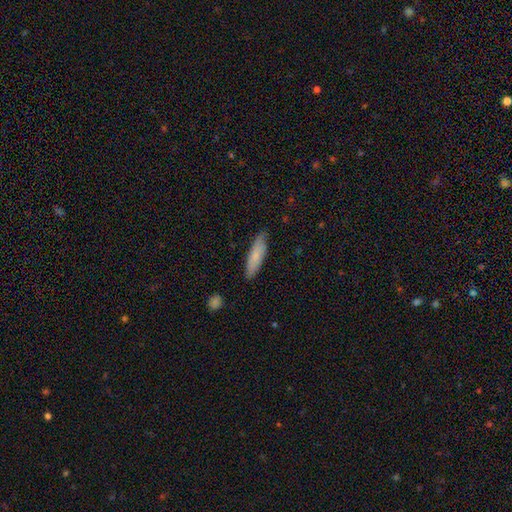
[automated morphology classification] This appears to be a smooth galaxy with no disk features (75%) that is cigar-shaped (70%). Merging: none (84%).